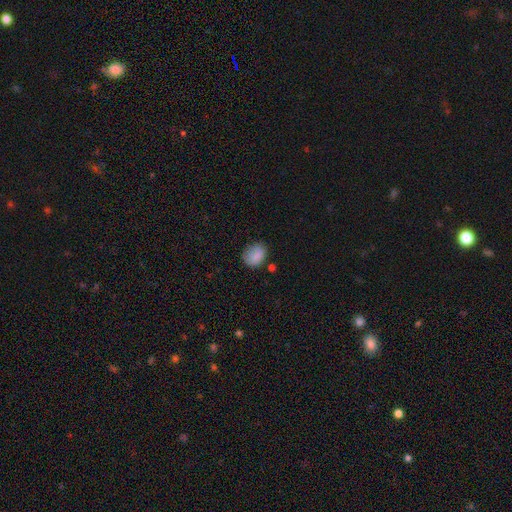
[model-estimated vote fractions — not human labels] smooth-or-featured: smooth: 84% | star or artifact: 9% | featured or disk: 7%
  how-rounded: in between: 54% | round: 45% | cigar-shaped: 1%
  merging: none: 69% | minor disturbance: 22% | major disturbance: 6% | merger: 3%